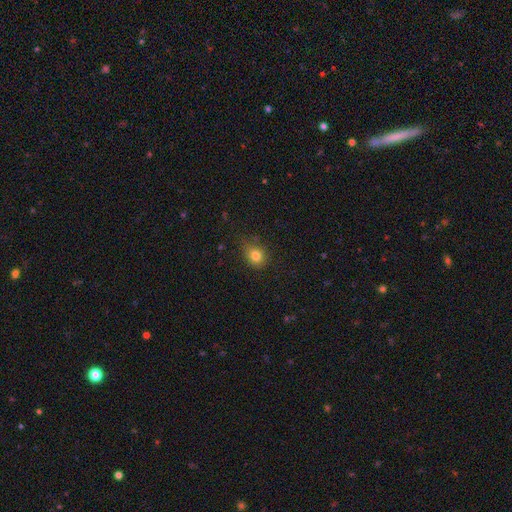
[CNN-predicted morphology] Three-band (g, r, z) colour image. It shows a smooth galaxy with no disk features (80%) that is round (69%). Merging: none (69%).